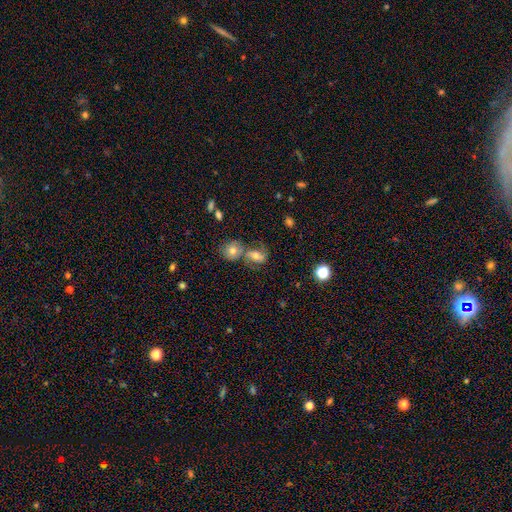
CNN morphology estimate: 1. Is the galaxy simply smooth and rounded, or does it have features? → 44% featured or disk, 42% smooth, 14% star or artifact.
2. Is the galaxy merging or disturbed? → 40% merger, 37% none, 13% minor disturbance, 9% major disturbance.